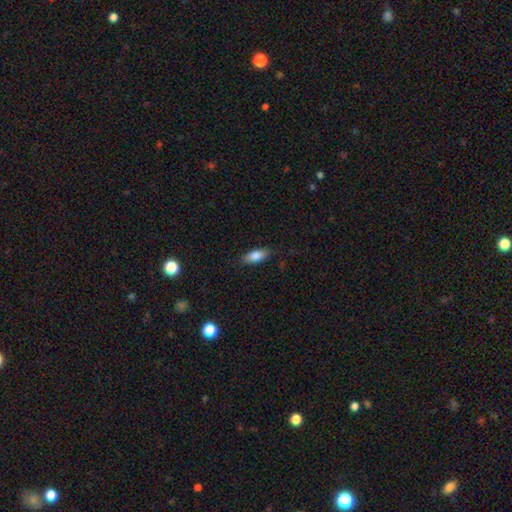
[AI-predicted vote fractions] Smooth or featured: smooth — 83% (featured or disk — 10%)
How rounded: in between — 77% (cigar-shaped — 20%)
Merging: none — 85% (minor disturbance — 11%)